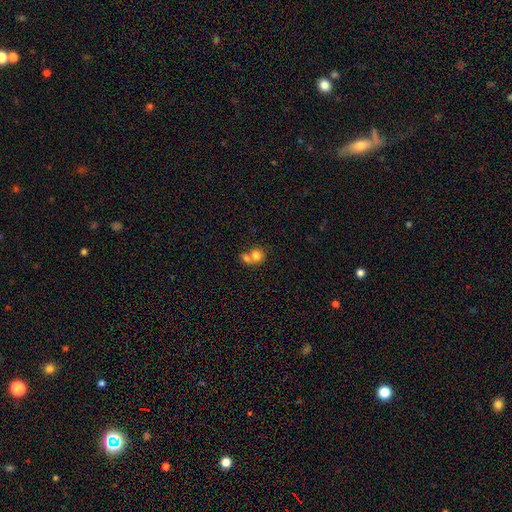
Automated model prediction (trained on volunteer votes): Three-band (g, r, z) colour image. It shows a smooth galaxy with no disk features (75%) that is round (72%). Merging: merger (63%).